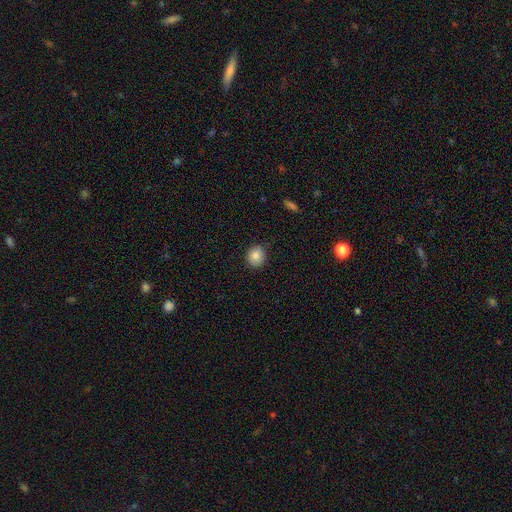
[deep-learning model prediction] The model was most divided on "how rounded": round: 75%, in between: 24%, cigar-shaped: 1%. More confident: smooth or featured — smooth (84%); merging — none (83%).